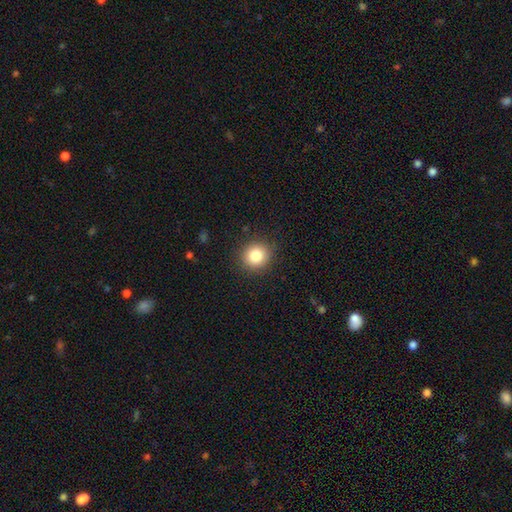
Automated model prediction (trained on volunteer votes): smooth 83%, star or artifact 11%, featured or disk 7%. Down the decision tree: how rounded — round (88%); merging — none (90%).